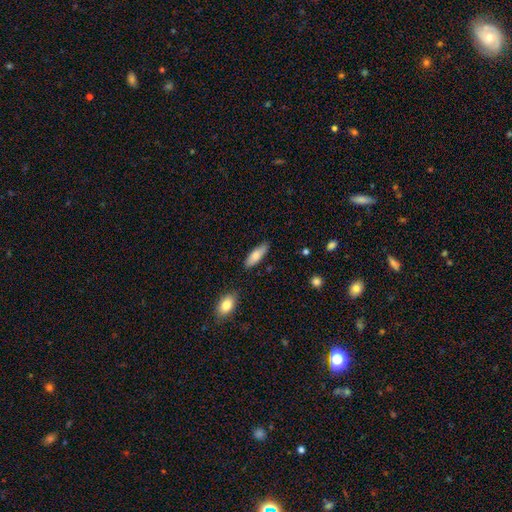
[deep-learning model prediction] This is likely a smooth galaxy (78%). How rounded: possibly in between (54%). Merging: clearly none (83%).